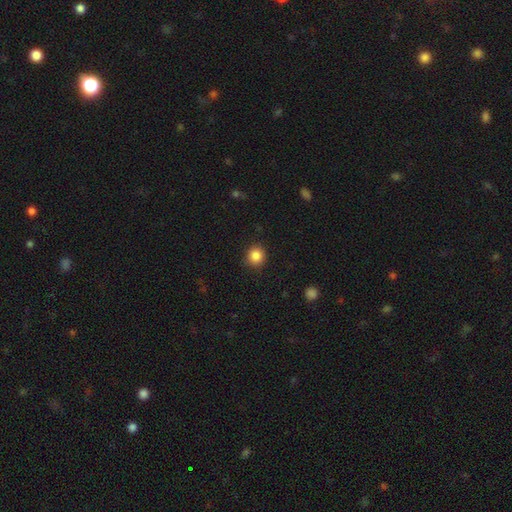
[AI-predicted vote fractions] smooth 86%, star or artifact 10%, featured or disk 4%. Down the decision tree: how rounded — round (90%); merging — none (89%).